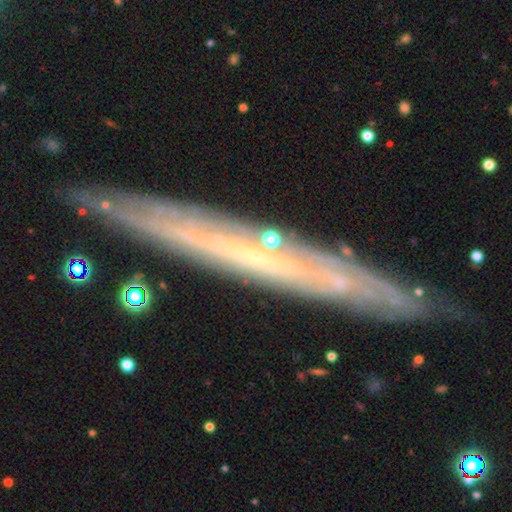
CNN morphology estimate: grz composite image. It shows a featured or disk galaxy (69%) viewed edge-on (84%) with no central bulge (86%). Merging: none (86%).